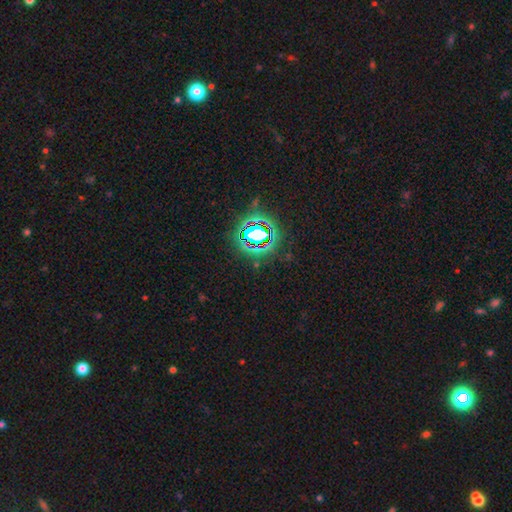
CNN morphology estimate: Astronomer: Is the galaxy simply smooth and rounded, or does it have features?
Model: star or artifact — 83%.